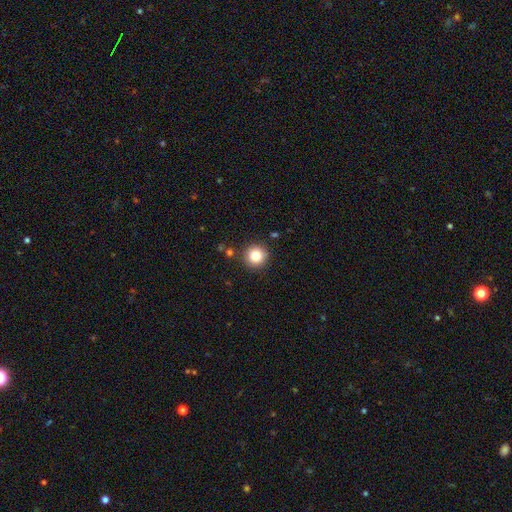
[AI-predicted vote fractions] A smooth galaxy with no disk features (83%) that is round (95%). Merging: none (88%).